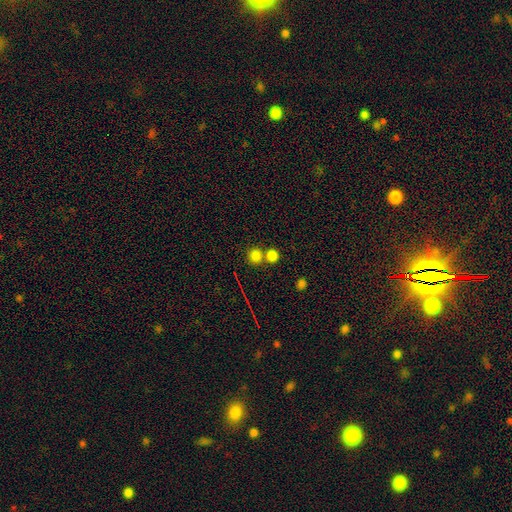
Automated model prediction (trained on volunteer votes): smooth 78%, star or artifact 15%, featured or disk 7%. Down the decision tree: how rounded — round (89%); merging — none (60%).